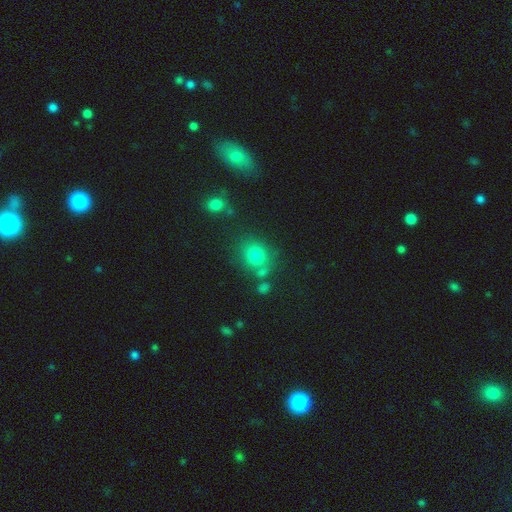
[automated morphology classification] type=smooth (75%); roundness=round (75%); merging=none (70%).